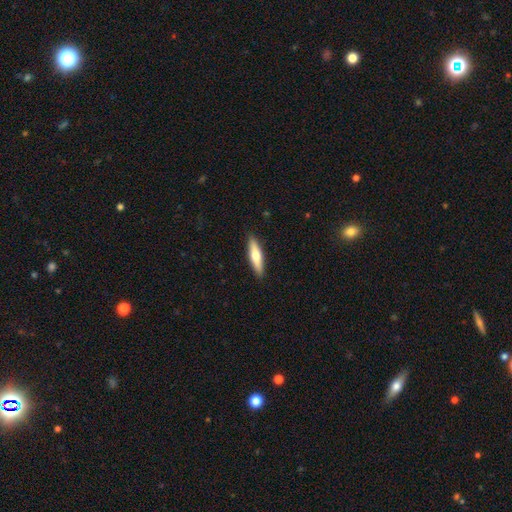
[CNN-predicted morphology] Smooth or featured: smooth — 54% (featured or disk — 40%)
How rounded: cigar-shaped — 74% (in between — 25%)
Merging: none — 90% (minor disturbance — 7%)